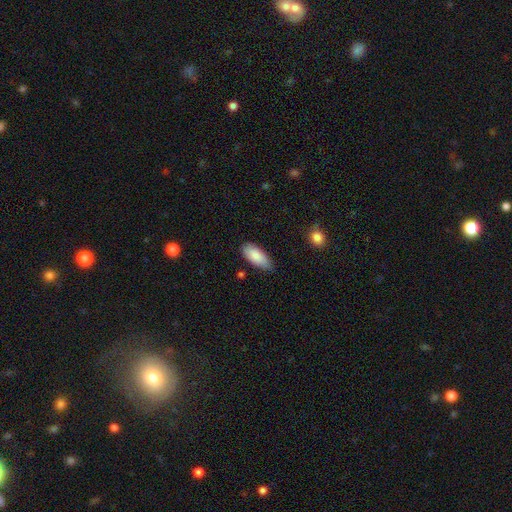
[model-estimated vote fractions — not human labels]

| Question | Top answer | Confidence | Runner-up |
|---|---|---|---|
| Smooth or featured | smooth | 84% | featured or disk (9%) |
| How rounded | in between | 87% | cigar-shaped (11%) |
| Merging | none | 75% | minor disturbance (20%) |